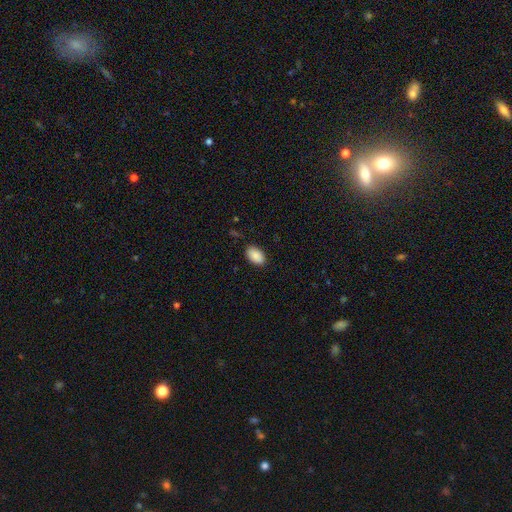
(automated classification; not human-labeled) Smooth or featured? Predicted: smooth (p=0.90). How rounded? Predicted: in between (p=0.93). Merging? Predicted: none (p=0.87).